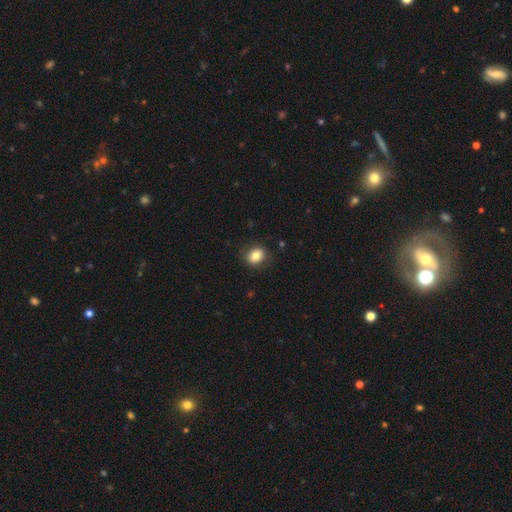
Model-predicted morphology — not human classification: A smooth galaxy with no disk features (82%) that is round (59%).

Vote fractions:
- Smooth or featured? smooth: 82% / star or artifact: 10% / featured or disk: 9%
- How rounded? round: 59% / in between: 41% / cigar-shaped: 1%
- Merging? none: 85% / minor disturbance: 10% / major disturbance: 3% / merger: 1%